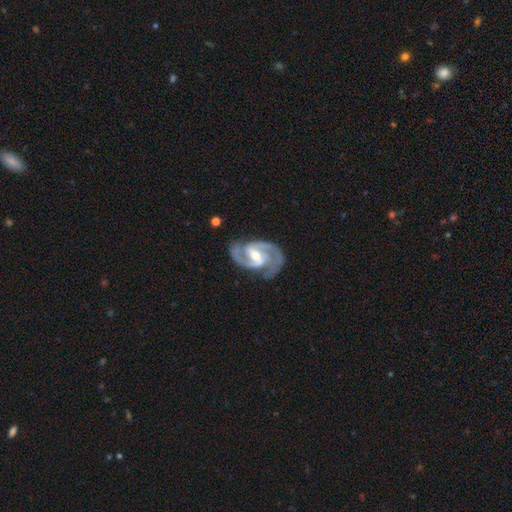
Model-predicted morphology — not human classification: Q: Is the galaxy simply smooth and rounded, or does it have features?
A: featured or disk — 93%.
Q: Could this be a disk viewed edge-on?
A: no — 98%.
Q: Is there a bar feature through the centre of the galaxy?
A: strong — 44%.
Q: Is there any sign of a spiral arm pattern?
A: yes — 98%.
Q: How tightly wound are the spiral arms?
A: medium — 62%.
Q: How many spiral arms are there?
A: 2 — 91%.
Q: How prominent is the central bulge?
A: moderate — 57%.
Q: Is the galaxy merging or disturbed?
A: none — 76%.